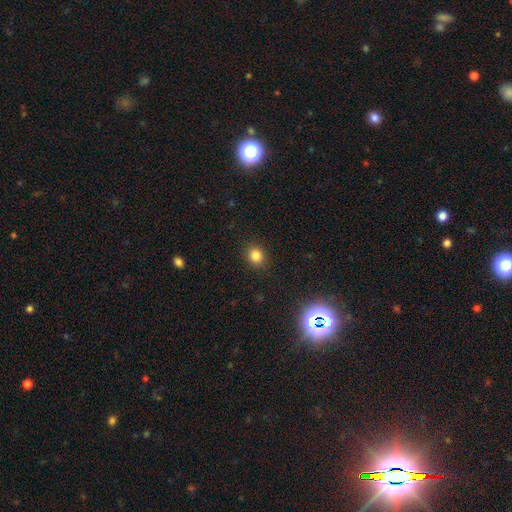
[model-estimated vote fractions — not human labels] Smooth or featured? Predicted: smooth (p=0.82). How rounded? Predicted: round (p=0.79). Merging? Predicted: none (p=0.89).